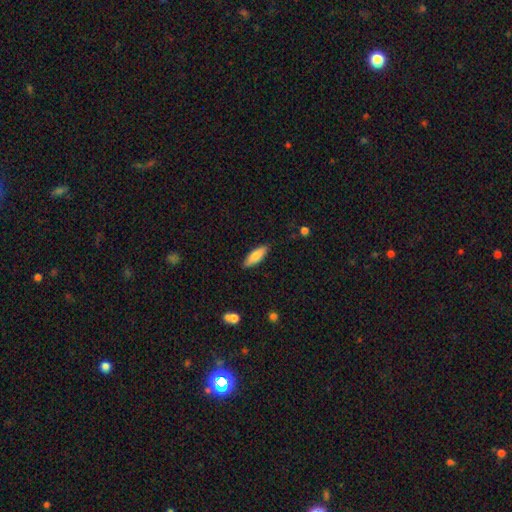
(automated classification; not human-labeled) Morphology: type=smooth (80%); roundness=in between (59%); merging=none (87%).